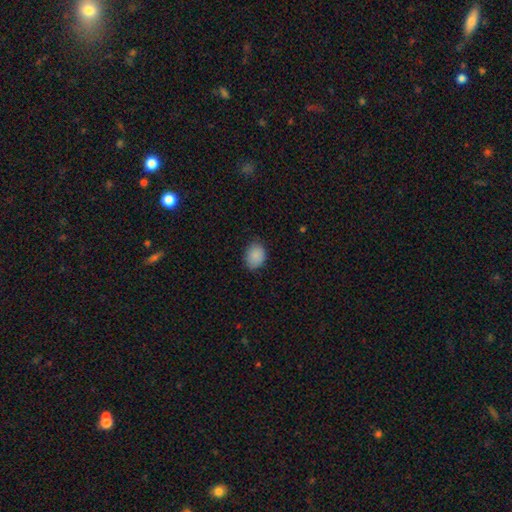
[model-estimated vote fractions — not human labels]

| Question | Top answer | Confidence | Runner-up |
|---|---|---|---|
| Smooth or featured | smooth | 88% | star or artifact (8%) |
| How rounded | in between | 67% | round (32%) |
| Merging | none | 79% | minor disturbance (17%) |